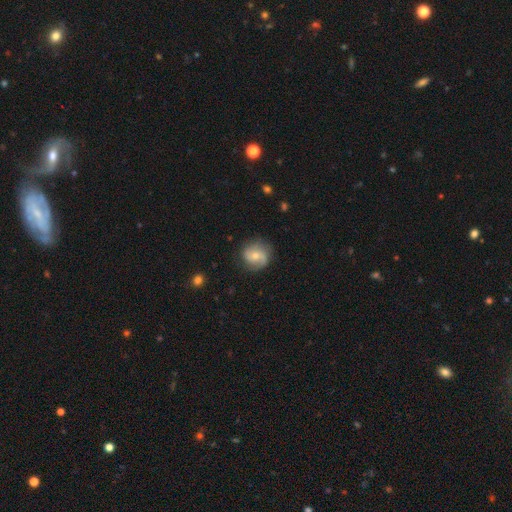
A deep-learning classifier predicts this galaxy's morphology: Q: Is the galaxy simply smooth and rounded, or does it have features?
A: featured or disk — 56%.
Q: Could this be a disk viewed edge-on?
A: no — 97%.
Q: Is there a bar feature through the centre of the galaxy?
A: no — 60%.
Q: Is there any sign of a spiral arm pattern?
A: yes — 87%.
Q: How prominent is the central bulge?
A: moderate — 50%.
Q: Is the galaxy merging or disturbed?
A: none — 76%.